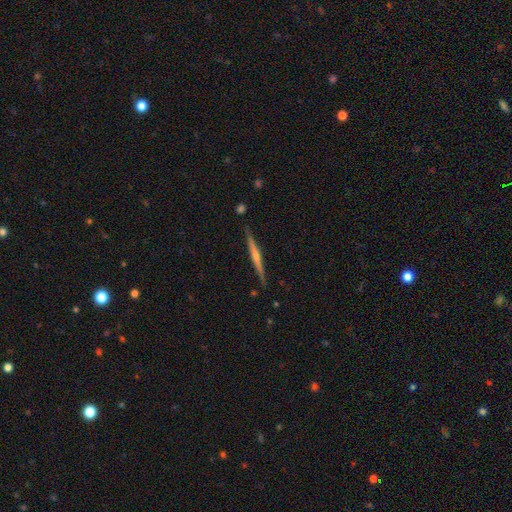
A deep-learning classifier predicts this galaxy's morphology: Smooth or featured? featured or disk (79%)
Edge-on disk? yes (98%)
Edge-on bulge? rounded (74%)
Merging? none (90%)